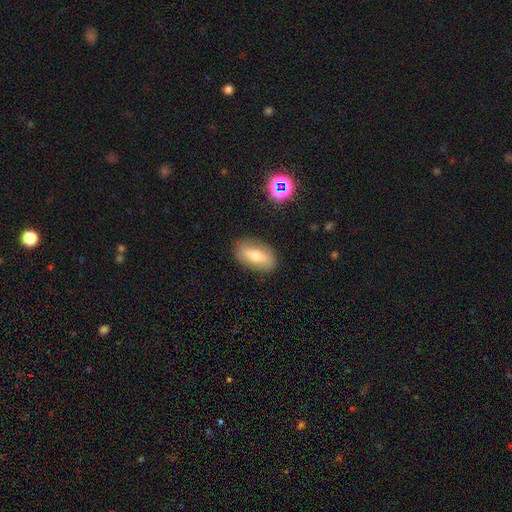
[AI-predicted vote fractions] A smooth galaxy with no disk features (54%) that is in between round and cigar-shaped (83%). Merging: none (85%).